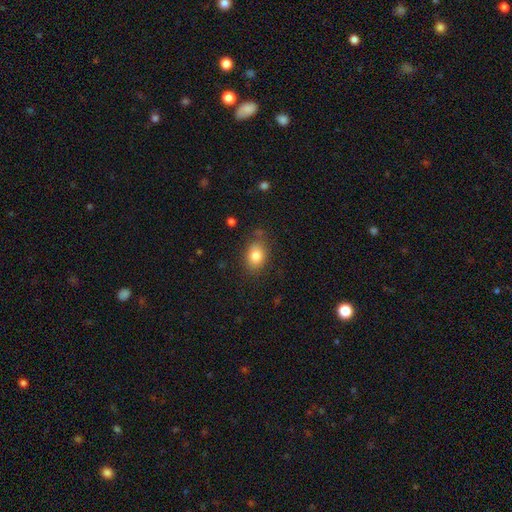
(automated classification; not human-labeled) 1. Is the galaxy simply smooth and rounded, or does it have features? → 83% smooth, 9% star or artifact, 8% featured or disk.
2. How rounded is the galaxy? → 73% in between, 26% round, 1% cigar-shaped.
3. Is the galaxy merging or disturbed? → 79% none, 15% minor disturbance, 4% major disturbance, 2% merger.